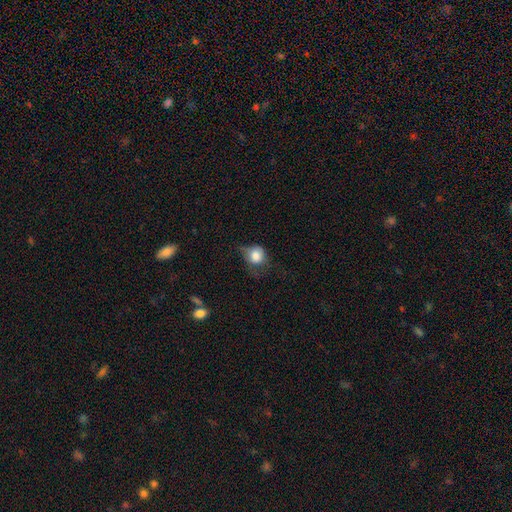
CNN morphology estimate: This is likely a smooth galaxy (79%). How rounded: likely round (72%). Merging: marginally minor disturbance (36%, tied with none).